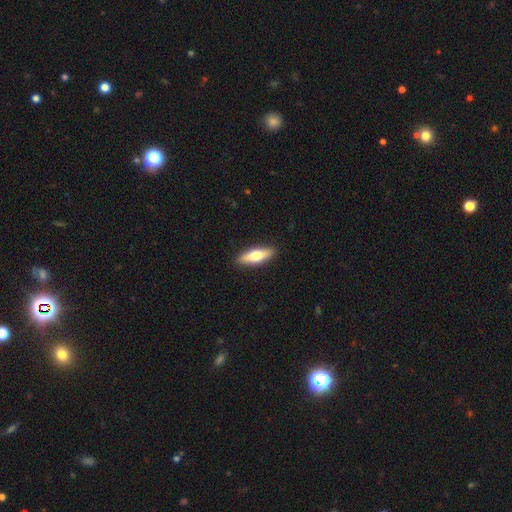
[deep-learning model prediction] A smooth galaxy with no disk features (58%) that is cigar-shaped (53%).

Vote fractions:
- Smooth or featured? smooth: 58% / featured or disk: 37% / star or artifact: 5%
- How rounded? cigar-shaped: 53% / in between: 45% / round: 2%
- Merging? none: 91% / minor disturbance: 7% / major disturbance: 2% / merger: 1%